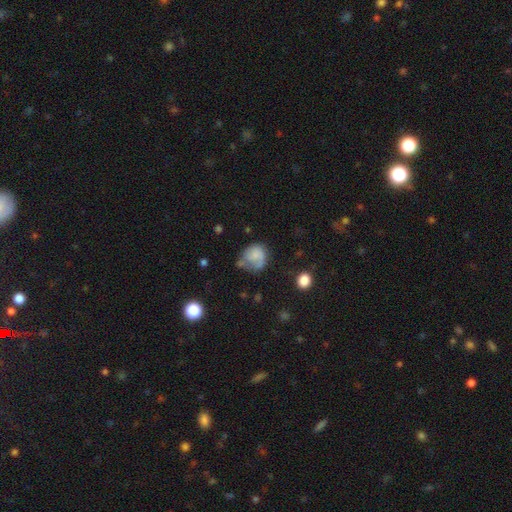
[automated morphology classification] smooth_or_featured: smooth (p=0.49) [alt: featured or disk p=0.42]
merging: none (p=0.38) [alt: major disturbance p=0.29]